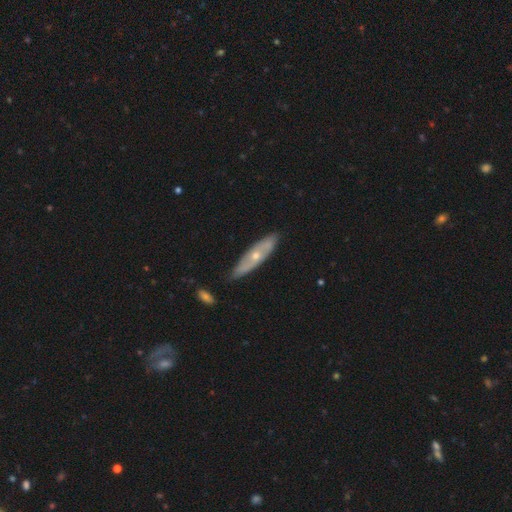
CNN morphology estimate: Smooth or featured?
  - featured or disk: 61% *
  - smooth: 33%
  - star or artifact: 6%
Edge-on disk?
  - no: 54% *
  - yes: 46%
Merging?
  - none: 81% *
  - minor disturbance: 15%
  - major disturbance: 2%
  - merger: 2%